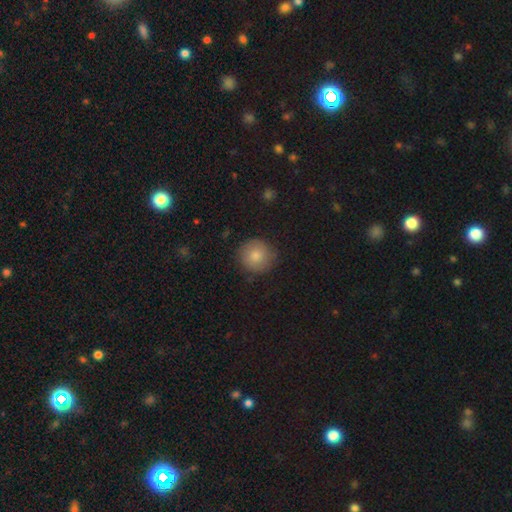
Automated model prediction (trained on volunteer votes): The model was most divided on "smooth or featured": smooth: 83%, featured or disk: 9%, star or artifact: 8%. More confident: how rounded — round (94%); merging — none (86%).